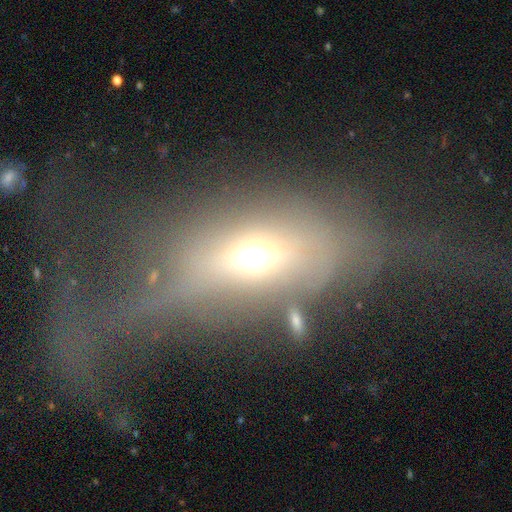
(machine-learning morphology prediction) Smooth or featured? featured or disk (48%)
Merging? major disturbance (60%)